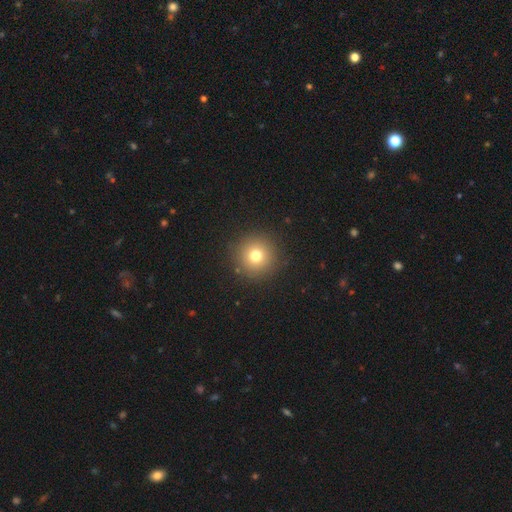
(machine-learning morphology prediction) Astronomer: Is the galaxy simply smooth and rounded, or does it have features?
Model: smooth — 74%.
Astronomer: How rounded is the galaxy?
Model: round — 96%.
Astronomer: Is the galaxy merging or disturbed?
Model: none — 91%.